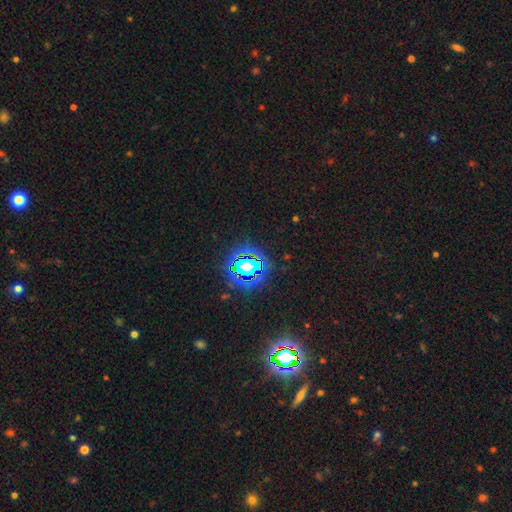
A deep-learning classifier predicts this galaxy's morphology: Smooth or featured? star or artifact (82%)